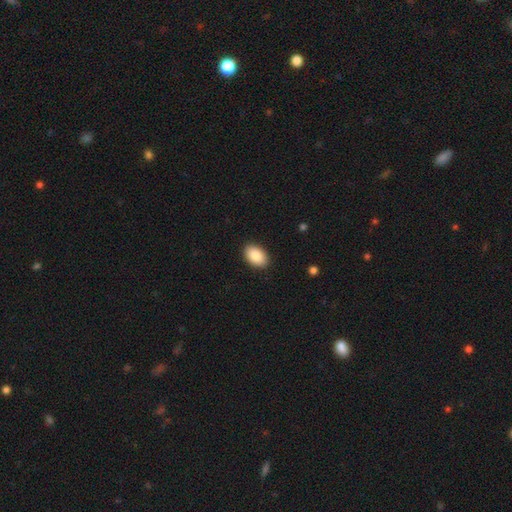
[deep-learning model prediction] Overall: smooth (89%). How rounded: in between (91%). Merging: none (90%).